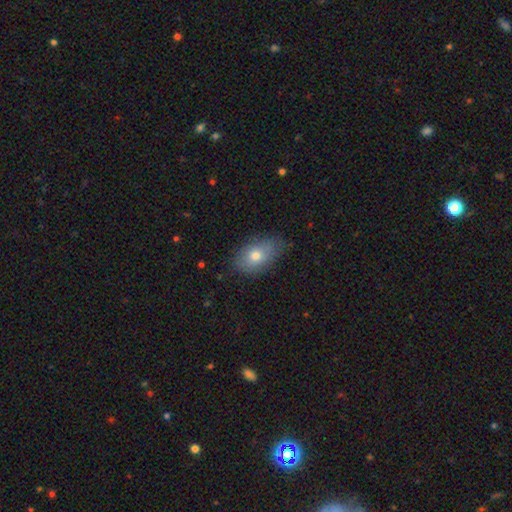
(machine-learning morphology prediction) Smooth or featured: smooth — 74% (featured or disk — 17%)
How rounded: in between — 87% (round — 11%)
Merging: none — 74% (minor disturbance — 21%)